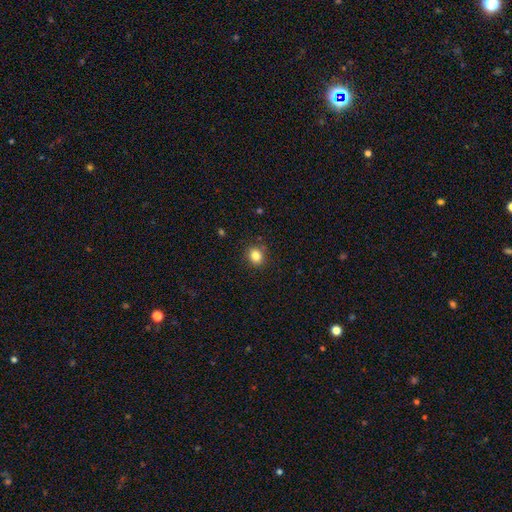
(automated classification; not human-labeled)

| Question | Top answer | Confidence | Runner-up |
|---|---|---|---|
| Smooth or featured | smooth | 84% | star or artifact (11%) |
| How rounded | round | 72% | in between (27%) |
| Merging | none | 87% | minor disturbance (9%) |